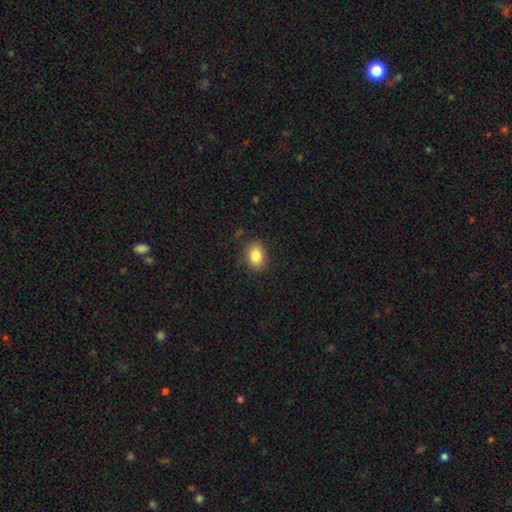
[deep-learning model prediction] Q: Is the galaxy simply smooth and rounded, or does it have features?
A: smooth — 85%.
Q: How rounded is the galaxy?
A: in between — 74%.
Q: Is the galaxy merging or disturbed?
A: none — 84%.